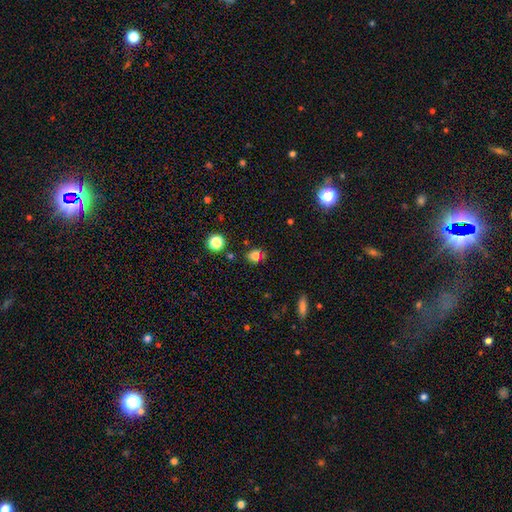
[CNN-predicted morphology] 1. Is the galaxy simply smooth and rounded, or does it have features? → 77% smooth, 17% star or artifact, 5% featured or disk.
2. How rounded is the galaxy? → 67% round, 32% in between, 1% cigar-shaped.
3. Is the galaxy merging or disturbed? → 75% none, 13% minor disturbance, 8% merger, 4% major disturbance.